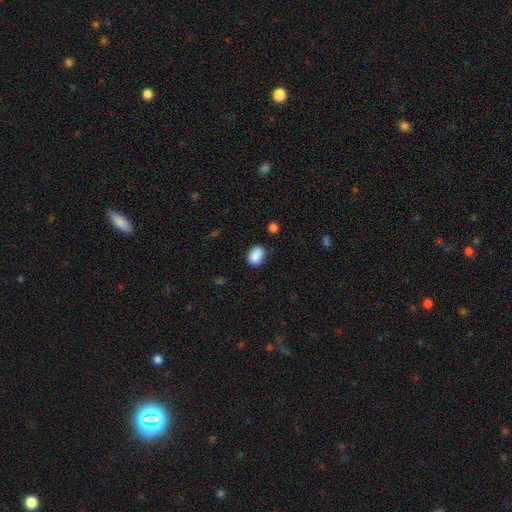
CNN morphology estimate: A smooth galaxy with no disk features (87%) that is in between round and cigar-shaped (68%). Merging: none (74%).